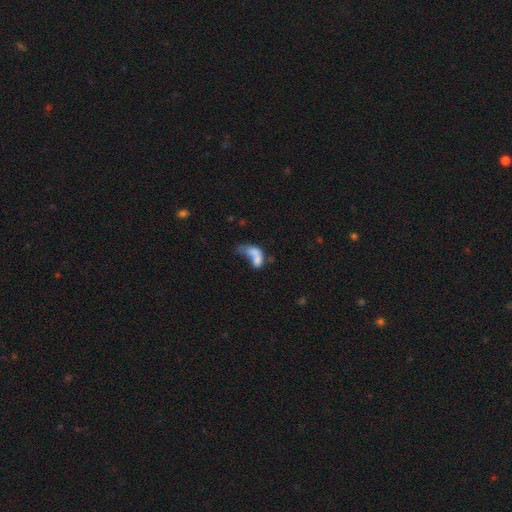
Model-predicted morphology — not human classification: A smooth galaxy with no disk features (60%) that is in between round and cigar-shaped (83%). Merging: merger (49%).